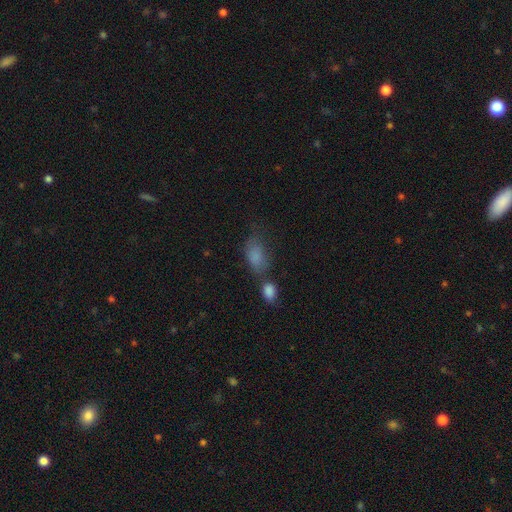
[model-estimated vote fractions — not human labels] This appears to be a smooth galaxy with no disk features (82%) that is in between round and cigar-shaped (89%). Merging: none (40%).